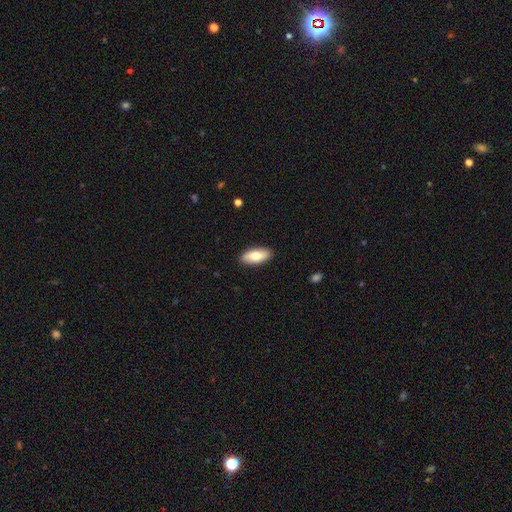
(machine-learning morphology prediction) A smooth galaxy with no disk features (76%) that is in between round and cigar-shaped (86%).

Vote fractions:
- Smooth or featured? smooth: 76% / featured or disk: 19% / star or artifact: 6%
- How rounded? in between: 86% / cigar-shaped: 12% / round: 3%
- Merging? none: 90% / minor disturbance: 8% / major disturbance: 2% / merger: 1%